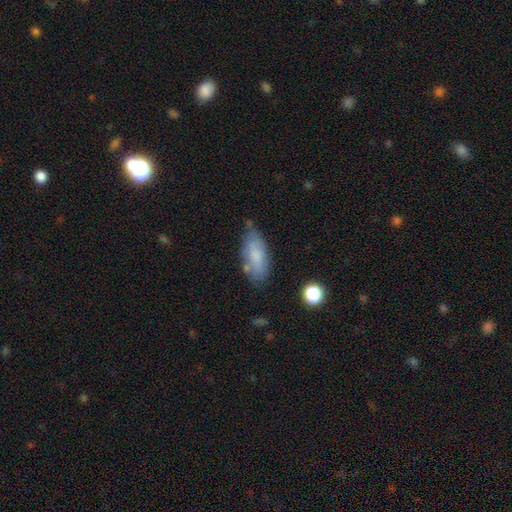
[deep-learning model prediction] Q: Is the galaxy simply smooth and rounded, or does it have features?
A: smooth — 73%.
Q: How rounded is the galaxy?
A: in between — 81%.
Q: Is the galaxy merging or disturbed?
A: none — 65%.